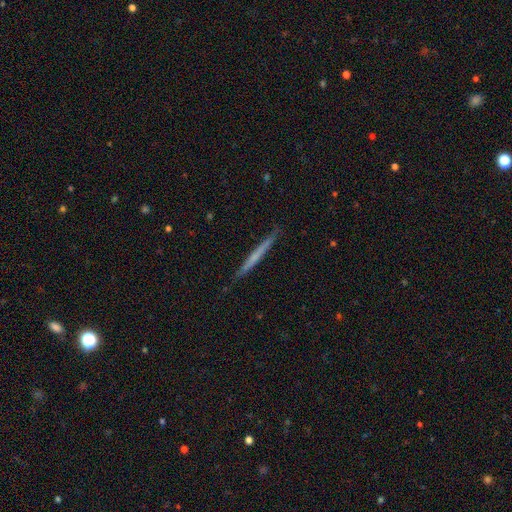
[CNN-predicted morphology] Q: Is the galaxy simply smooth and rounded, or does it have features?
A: featured or disk — 48%.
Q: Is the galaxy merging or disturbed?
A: none — 90%.